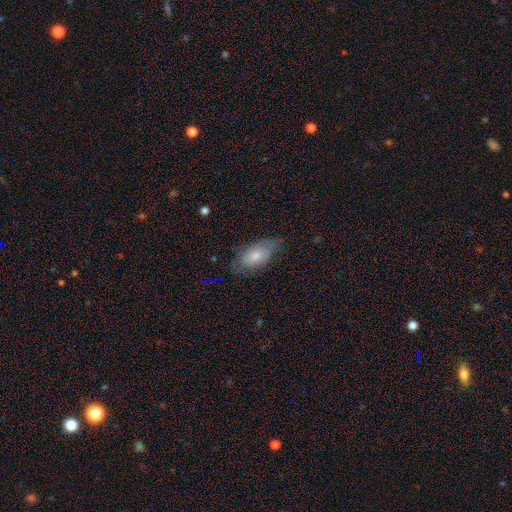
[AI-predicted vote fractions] smooth 64%, featured or disk 29%, star or artifact 7%. Down the decision tree: how rounded — in between (91%); merging — none (65%).